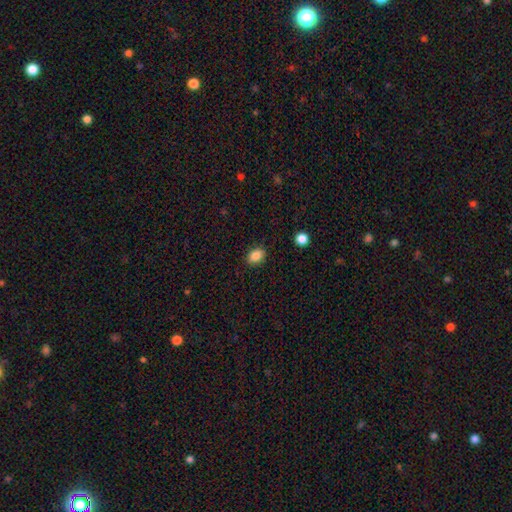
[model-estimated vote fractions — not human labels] Smooth or featured? smooth (86%)
How rounded? in between (72%)
Merging? none (87%)